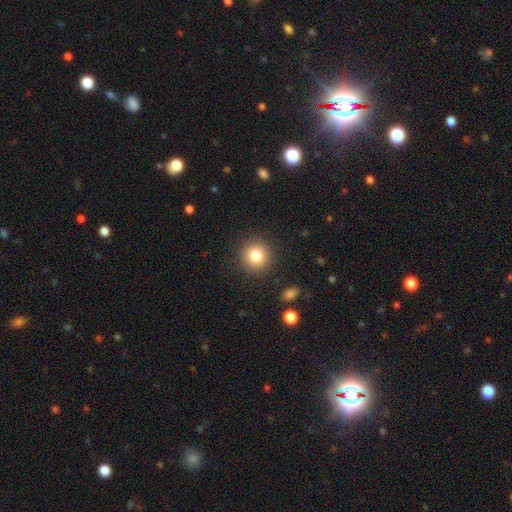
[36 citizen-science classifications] Morphology: type=smooth (89%); roundness=round (94%); merging=none (91%).